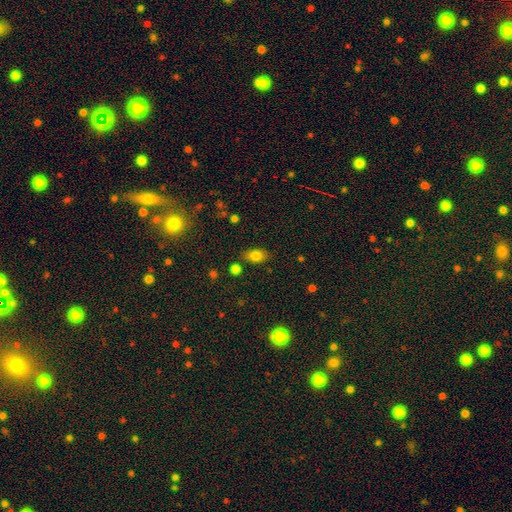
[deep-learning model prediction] A smooth galaxy with no disk features (80%) that is in between round and cigar-shaped (83%).

Vote fractions:
- Smooth or featured? smooth: 80% / star or artifact: 11% / featured or disk: 9%
- How rounded? in between: 83% / round: 15% / cigar-shaped: 2%
- Merging? none: 78% / minor disturbance: 14% / merger: 5% / major disturbance: 3%